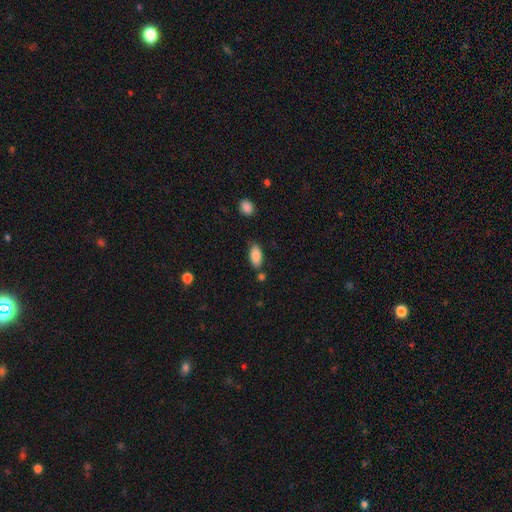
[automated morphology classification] A smooth galaxy with no disk features (86%) that is in between round and cigar-shaped (90%). Merging: none (77%).